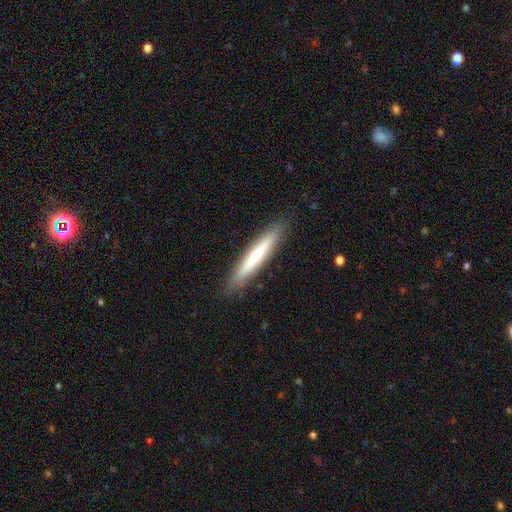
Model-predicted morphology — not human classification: Smooth or featured: smooth — 61% (featured or disk — 32%)
How rounded: cigar-shaped — 94% (in between — 5%)
Merging: none — 90% (minor disturbance — 7%)